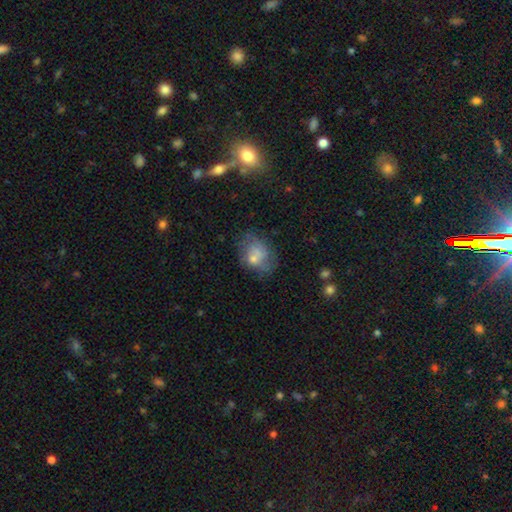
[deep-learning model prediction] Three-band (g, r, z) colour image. It shows a smooth galaxy with no disk features (56%) that is in between round and cigar-shaped (53%). Merging: none (42%).